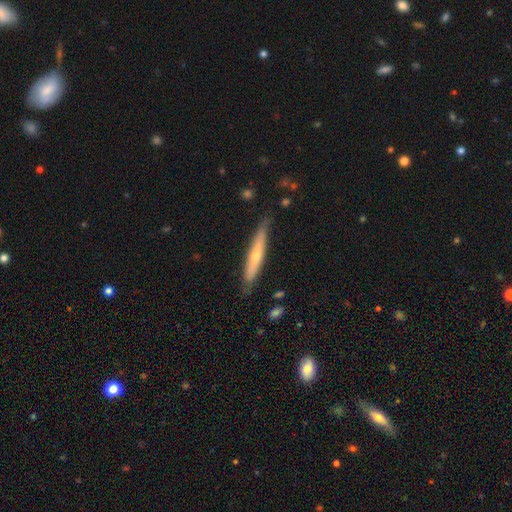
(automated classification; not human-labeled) This appears to be a smooth galaxy with no disk features (48%). Merging: none (81%).